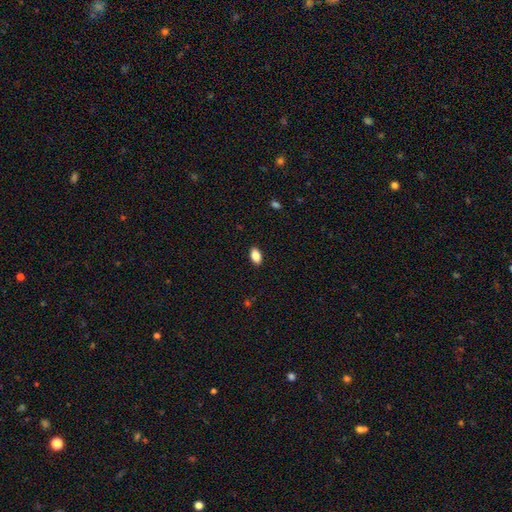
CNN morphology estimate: A smooth galaxy with no disk features (85%) that is in between round and cigar-shaped (92%).

Vote fractions:
- Smooth or featured? smooth: 85% / star or artifact: 8% / featured or disk: 7%
- How rounded? in between: 92% / round: 5% / cigar-shaped: 3%
- Merging? none: 90% / minor disturbance: 8% / major disturbance: 2% / merger: 1%